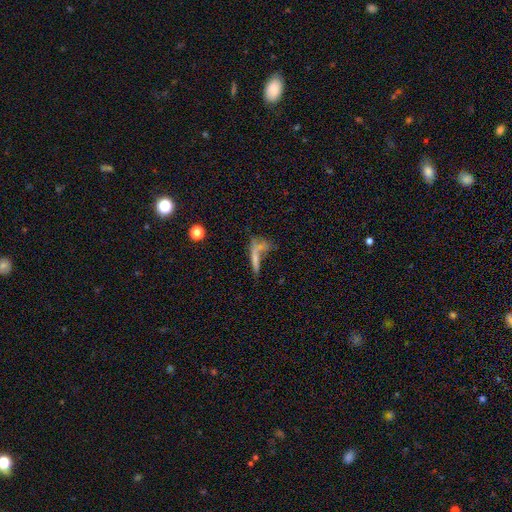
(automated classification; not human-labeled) Q: Smooth or featured?
A: smooth (50%); runner-up: featured or disk (33%)
Q: Merging?
A: none (35%); runner-up: merger (32%)